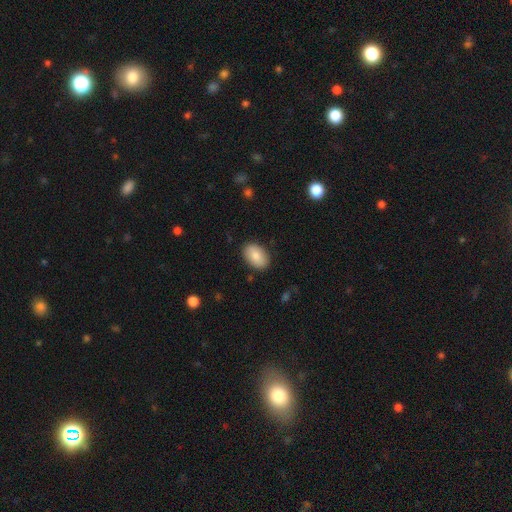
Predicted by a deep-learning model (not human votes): smooth_or_featured: smooth (p=0.84) [alt: featured or disk p=0.10]
how_rounded: in between (p=0.91) [alt: round p=0.08]
merging: none (p=0.87) [alt: minor disturbance p=0.10]